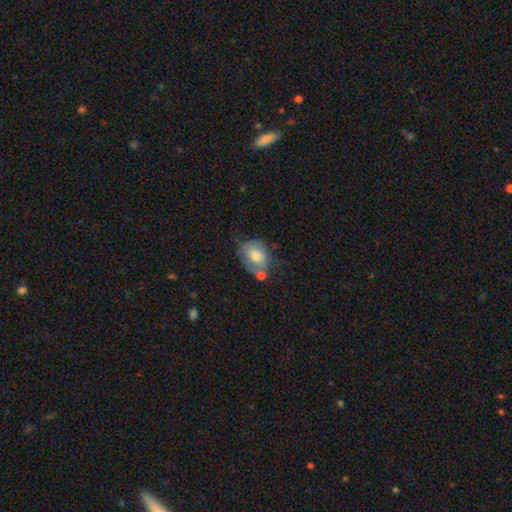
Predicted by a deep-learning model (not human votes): Overall: smooth (67%). How rounded: in between (70%). Merging: none (39%; minor disturbance 29%).